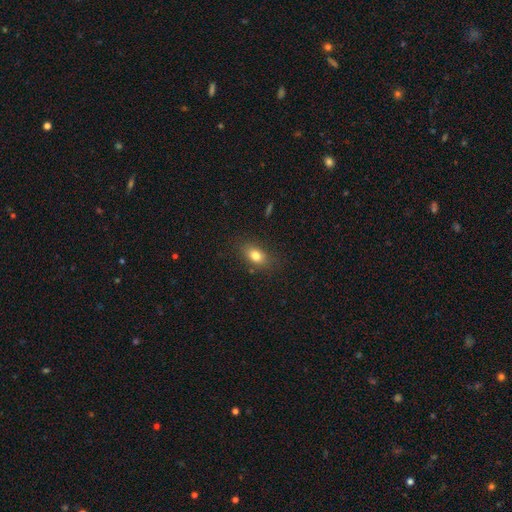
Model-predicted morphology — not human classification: This appears to be a smooth galaxy with no disk features (79%) that is in between round and cigar-shaped (80%). Merging: none (81%).